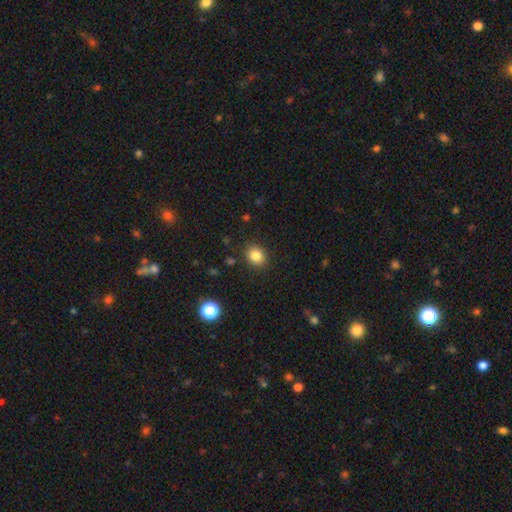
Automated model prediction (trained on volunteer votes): Q: Smooth or featured?
A: smooth (84%); runner-up: star or artifact (11%)
Q: How rounded?
A: round (66%); runner-up: in between (34%)
Q: Merging?
A: none (88%); runner-up: minor disturbance (8%)